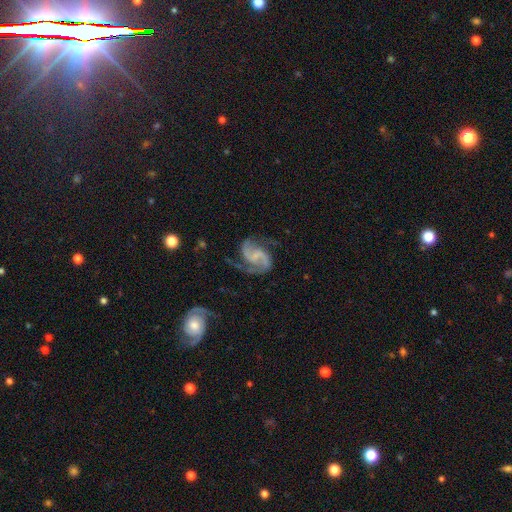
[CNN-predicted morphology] Smooth or featured? Predicted: featured or disk (p=0.90). Edge-on disk? Predicted: no (p=0.98). Bar? Predicted: weak (p=0.42). Spiral arms? Predicted: yes (p=0.98). Spiral winding? Predicted: medium (p=0.52). Spiral arm count? Predicted: 2 (p=0.90). Bulge size? Predicted: none (p=0.51). Merging? Predicted: none (p=0.66).